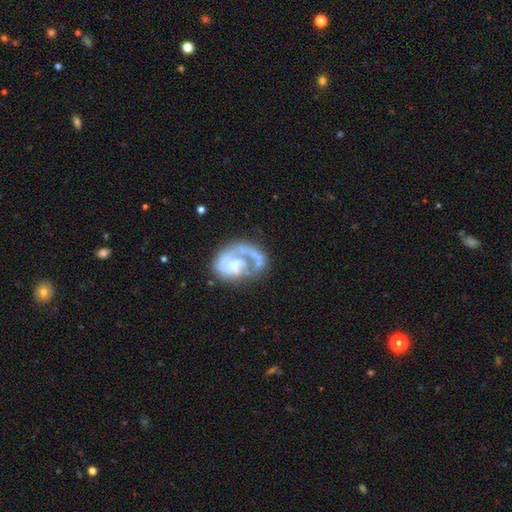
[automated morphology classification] This appears to be a featured or disk galaxy (73%) with no bar (73%), 1 (74%) tight (39%) spiral arms (72%) and a moderate central bulge (36%). Merging: none (43%).